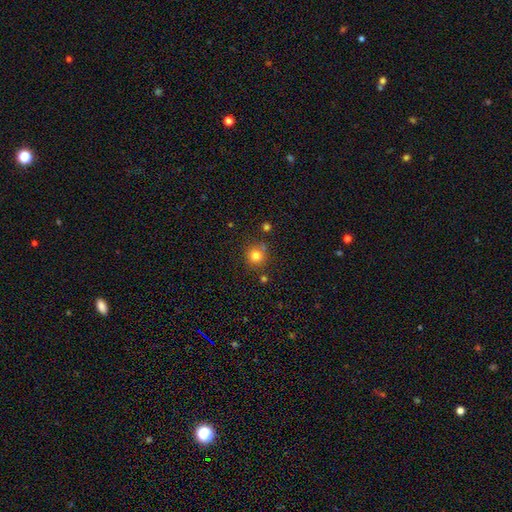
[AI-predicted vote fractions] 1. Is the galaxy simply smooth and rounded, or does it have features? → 80% smooth, 13% star or artifact, 7% featured or disk.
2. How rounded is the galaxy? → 92% round, 7% in between, 1% cigar-shaped.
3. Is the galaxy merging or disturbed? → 79% none, 10% minor disturbance, 8% merger, 3% major disturbance.